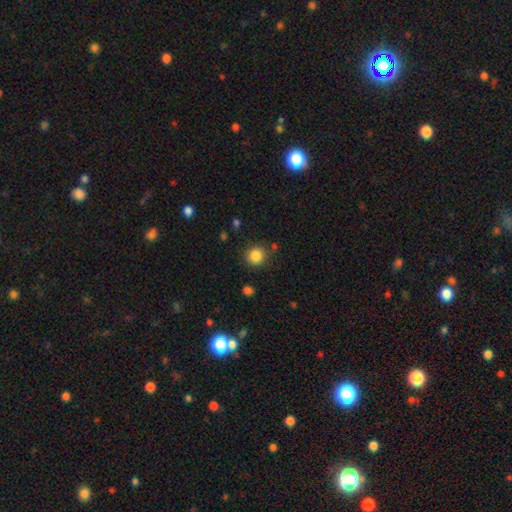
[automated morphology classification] The model was most divided on "smooth or featured": smooth: 85%, star or artifact: 11%, featured or disk: 4%. More confident: how rounded — round (90%); merging — none (85%).